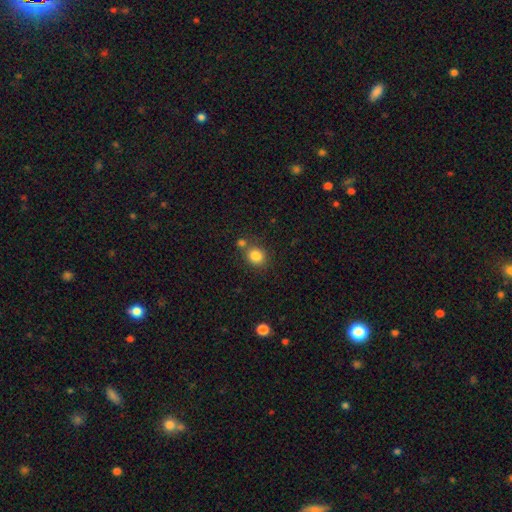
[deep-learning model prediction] This appears to be a smooth galaxy with no disk features (84%) that is round (79%). Merging: none (68%).